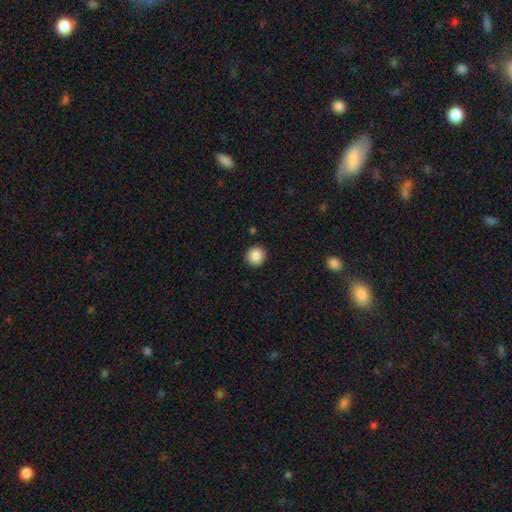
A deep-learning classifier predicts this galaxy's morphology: Q: Smooth or featured?
A: smooth (87%); runner-up: star or artifact (9%)
Q: How rounded?
A: round (91%); runner-up: in between (9%)
Q: Merging?
A: none (92%); runner-up: minor disturbance (5%)